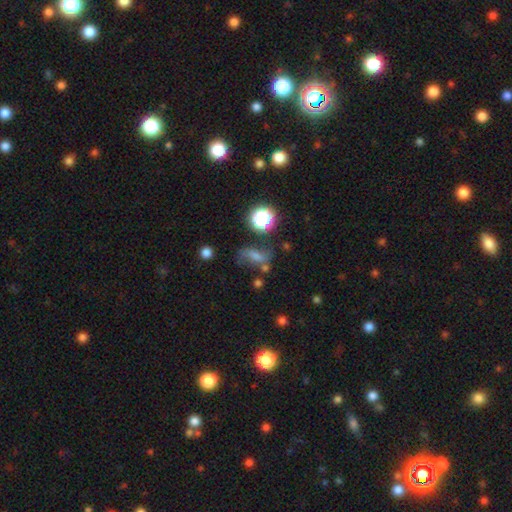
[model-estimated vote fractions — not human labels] Smooth or featured: smooth — 53% (featured or disk — 26%)
How rounded: in between — 64% (round — 26%)
Merging: none — 49% (minor disturbance — 23%)